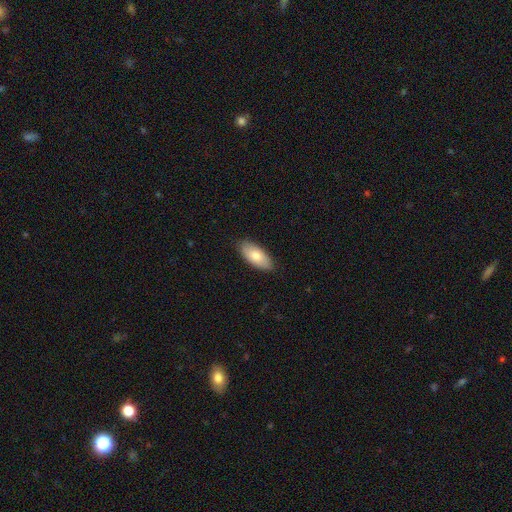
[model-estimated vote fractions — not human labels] Smooth or featured? smooth (79%)
How rounded? in between (90%)
Merging? none (86%)